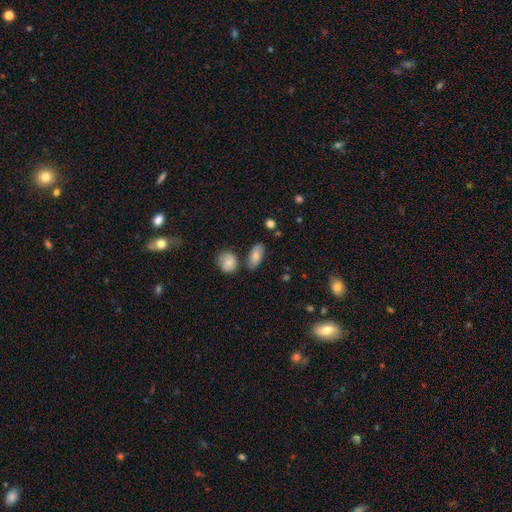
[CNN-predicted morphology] Smooth or featured?
  - smooth: 77% *
  - featured or disk: 16%
  - star or artifact: 7%
How rounded?
  - in between: 87% *
  - cigar-shaped: 9%
  - round: 4%
Merging?
  - none: 73% *
  - minor disturbance: 15%
  - merger: 9%
  - major disturbance: 3%